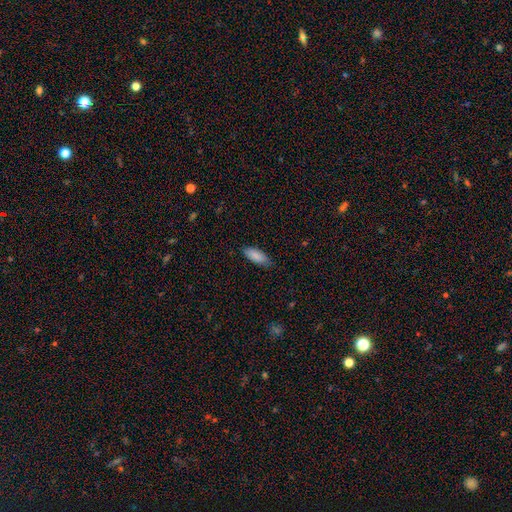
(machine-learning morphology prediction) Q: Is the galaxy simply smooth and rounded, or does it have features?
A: smooth — 88%.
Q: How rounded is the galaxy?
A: in between — 79%.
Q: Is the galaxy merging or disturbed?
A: none — 81%.